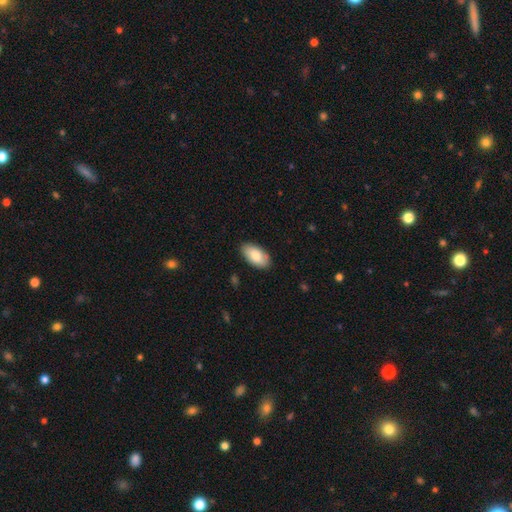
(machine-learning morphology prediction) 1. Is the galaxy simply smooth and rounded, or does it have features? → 83% smooth, 12% featured or disk, 6% star or artifact.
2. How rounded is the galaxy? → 95% in between, 3% round, 2% cigar-shaped.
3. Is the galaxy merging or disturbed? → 86% none, 11% minor disturbance, 2% major disturbance, 1% merger.